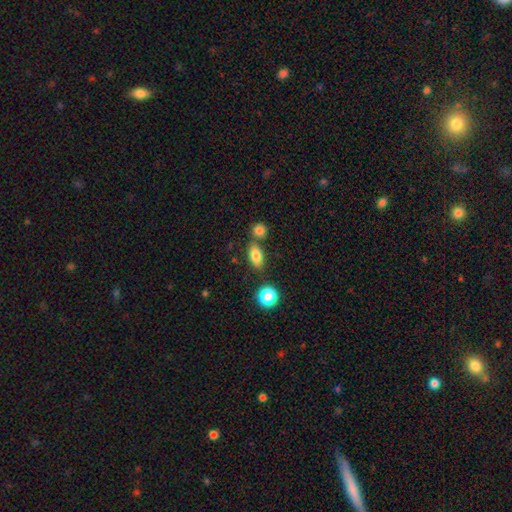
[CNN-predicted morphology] This appears to be a smooth galaxy with no disk features (81%) that is in between round and cigar-shaped (84%). Merging: none (71%).